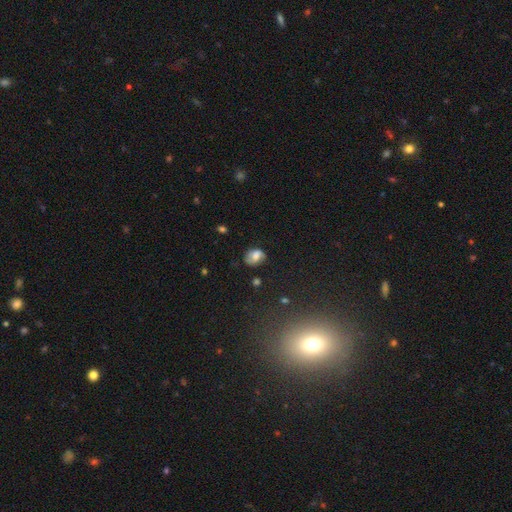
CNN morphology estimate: Smooth or featured? Predicted: smooth (p=0.61). How rounded? Predicted: in between (p=0.64). Merging? Predicted: none (p=0.56).